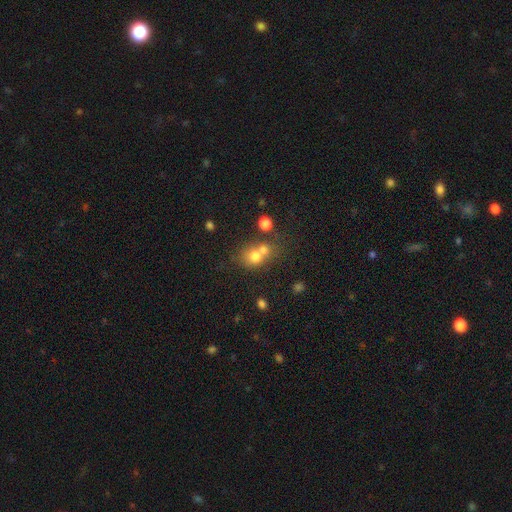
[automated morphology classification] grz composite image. It shows a smooth galaxy with no disk features (68%) that is round (73%). Merging: merger (52%).